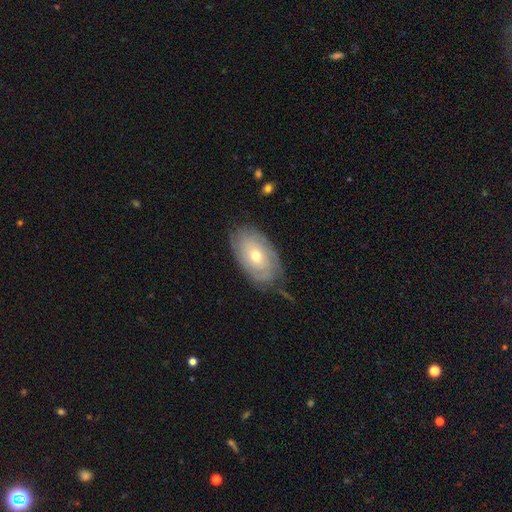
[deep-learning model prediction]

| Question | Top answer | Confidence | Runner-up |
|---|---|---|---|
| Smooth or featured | featured or disk | 65% | smooth (28%) |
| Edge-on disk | no | 93% | yes (7%) |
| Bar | no | 82% | weak (14%) |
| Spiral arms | yes | 78% | no (22%) |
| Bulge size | moderate | 54% | small (43%) |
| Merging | none | 71% | minor disturbance (21%) |